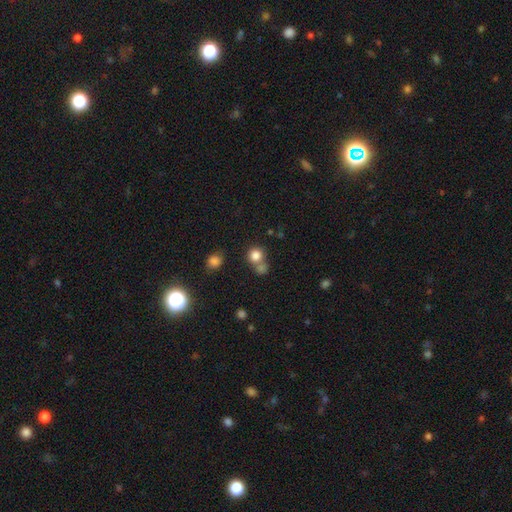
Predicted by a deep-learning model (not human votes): Smooth or featured? Predicted: smooth (p=0.80). How rounded? Predicted: round (p=0.88). Merging? Predicted: none (p=0.56).